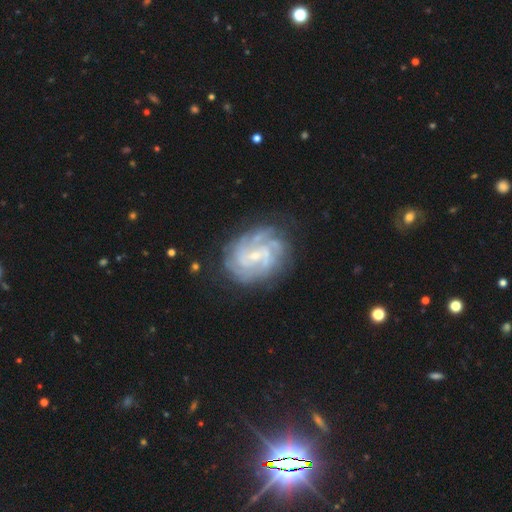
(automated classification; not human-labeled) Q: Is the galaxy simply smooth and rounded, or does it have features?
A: featured or disk — 85%.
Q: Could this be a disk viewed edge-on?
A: no — 98%.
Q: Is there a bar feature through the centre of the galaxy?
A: weak — 50%.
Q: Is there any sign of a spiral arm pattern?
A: yes — 94%.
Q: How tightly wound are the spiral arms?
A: tight — 59%.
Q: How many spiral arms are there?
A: can't tell — 34%.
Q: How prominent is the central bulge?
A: small — 70%.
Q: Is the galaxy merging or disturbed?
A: none — 73%.